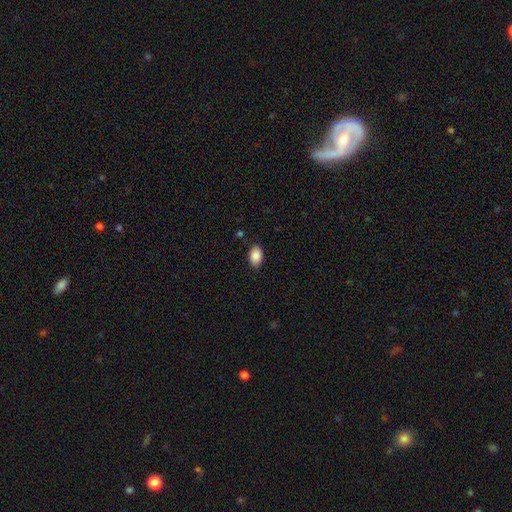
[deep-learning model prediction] The model was most divided on "merging": none: 86%, minor disturbance: 11%, major disturbance: 2%, merger: 1%. More confident: how rounded — in between (89%); smooth or featured — smooth (89%).